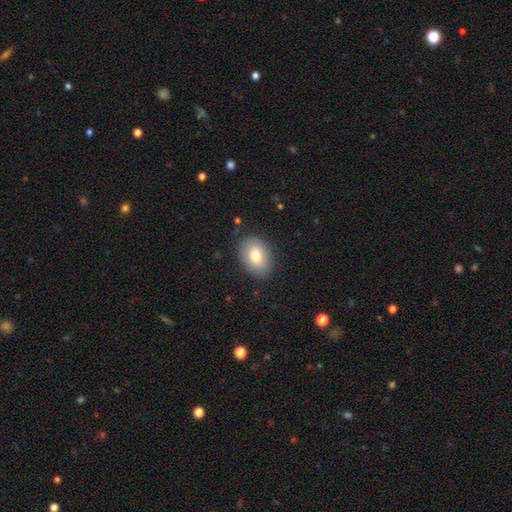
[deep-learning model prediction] Overall: smooth (77%). How rounded: in between (77%). Merging: none (86%).